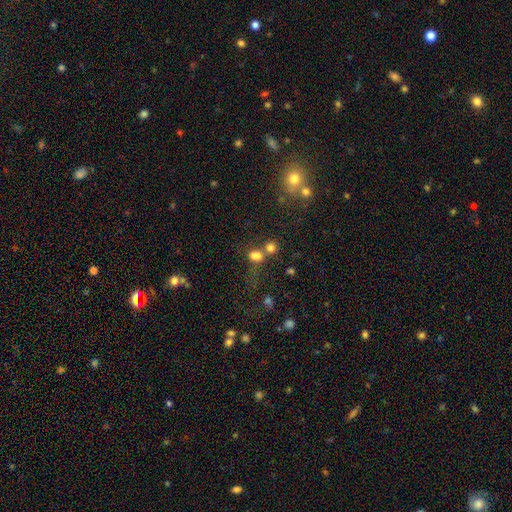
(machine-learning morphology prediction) type=smooth (71%); roundness=round (55%); merging=merger (44%).